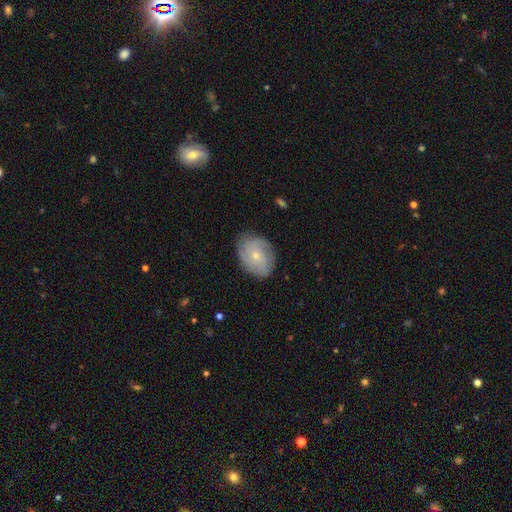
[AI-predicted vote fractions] Overall: featured or disk (65%; smooth 28%). Edge-on disk: no (97%). Bar: no (73%). Spiral arms: yes (89%). Spiral arm count: can't tell (33%; 3 26%). Spiral winding: tight (52%; medium 36%). Bulge size: small (63%; moderate 33%). Merging: none (77%).